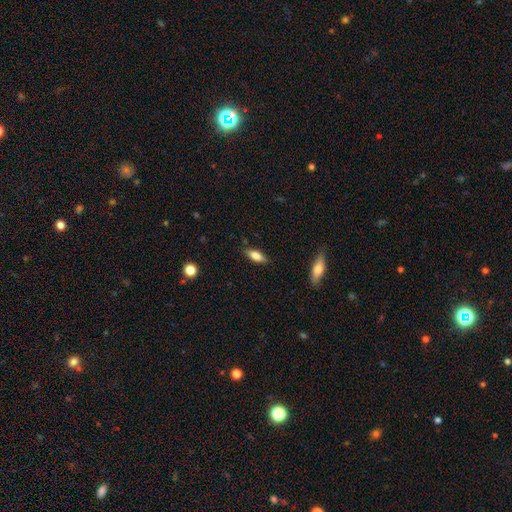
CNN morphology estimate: smooth 74%, featured or disk 18%, star or artifact 7%. Down the decision tree: how rounded — in between (70%); merging — none (82%).